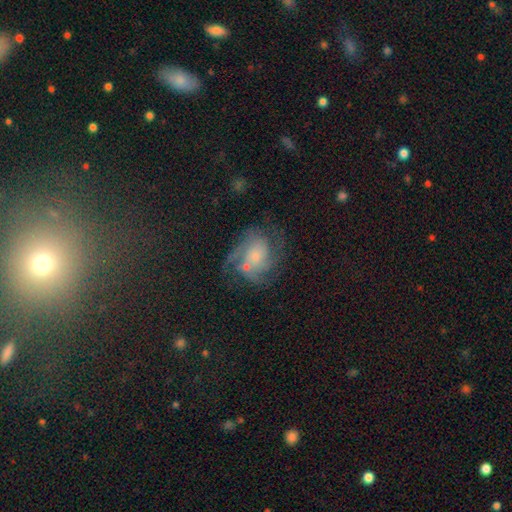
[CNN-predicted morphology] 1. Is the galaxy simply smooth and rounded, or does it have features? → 72% featured or disk, 19% smooth, 9% star or artifact.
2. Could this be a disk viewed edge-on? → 98% no, 2% yes.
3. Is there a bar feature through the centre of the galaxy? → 72% no, 23% weak, 4% strong.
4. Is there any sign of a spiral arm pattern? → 90% yes, 10% no.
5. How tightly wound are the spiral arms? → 45% medium, 36% tight, 19% loose.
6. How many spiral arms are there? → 31% 2, 27% 3, 23% can't tell, 8% 4, 7% 1, 6% more than 4.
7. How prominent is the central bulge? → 52% small, 28% moderate, 10% none, 8% large, 2% dominant.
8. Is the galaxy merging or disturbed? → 50% none, 20% minor disturbance, 19% major disturbance, 12% merger.